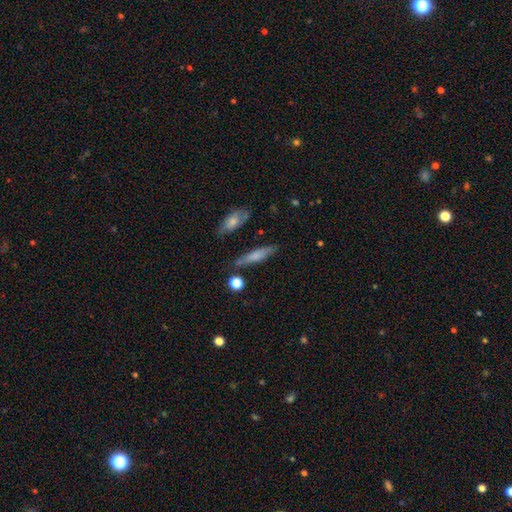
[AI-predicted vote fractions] smooth_or_featured: smooth (p=0.65) [alt: featured or disk p=0.28]
how_rounded: cigar-shaped (p=0.76) [alt: in between p=0.20]
merging: none (p=0.77) [alt: minor disturbance p=0.14]